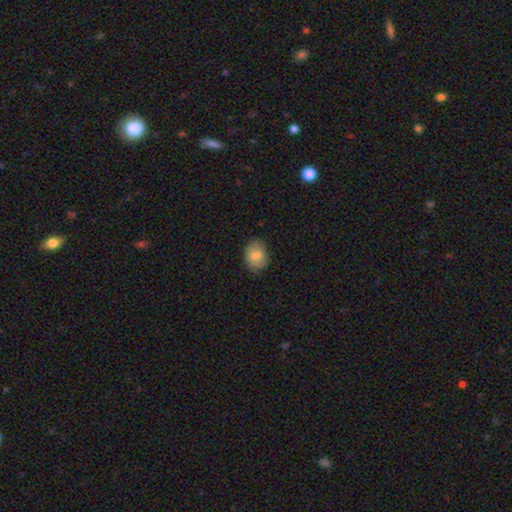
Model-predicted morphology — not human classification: Smooth or featured: smooth — 78% (featured or disk — 14%)
How rounded: in between — 60% (round — 39%)
Merging: none — 80% (minor disturbance — 16%)